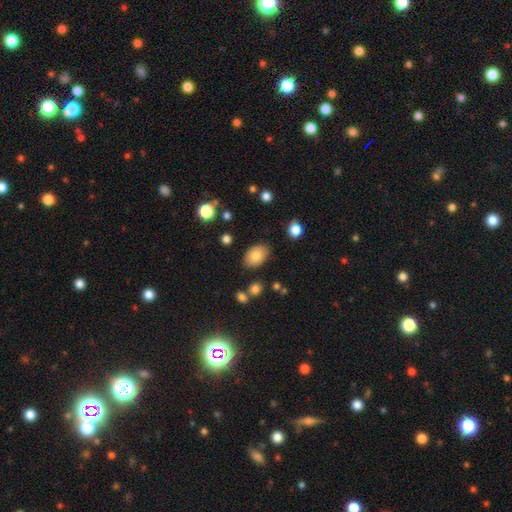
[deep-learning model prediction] smooth 80%, featured or disk 12%, star or artifact 8%. Down the decision tree: how rounded — in between (84%); merging — none (83%).